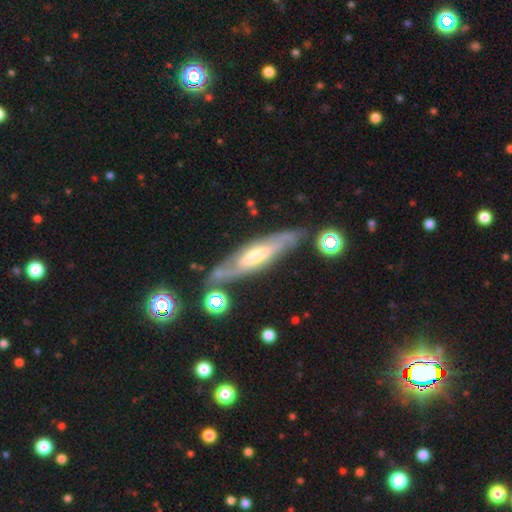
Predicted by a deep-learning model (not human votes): This appears to be a featured or disk galaxy (74%) viewed edge-on (65%). Merging: none (75%).